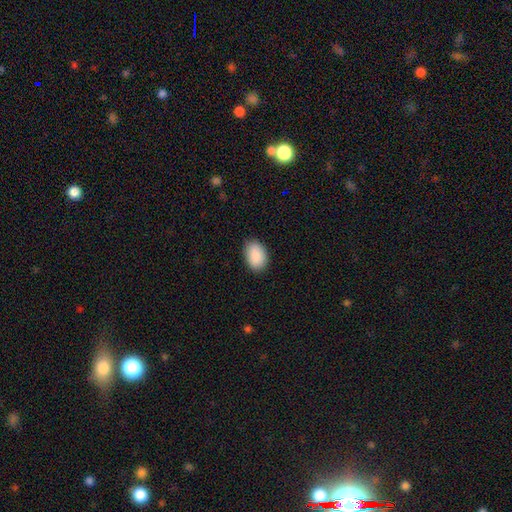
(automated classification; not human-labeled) Morphology: type=smooth (90%); roundness=in between (88%); merging=none (86%).